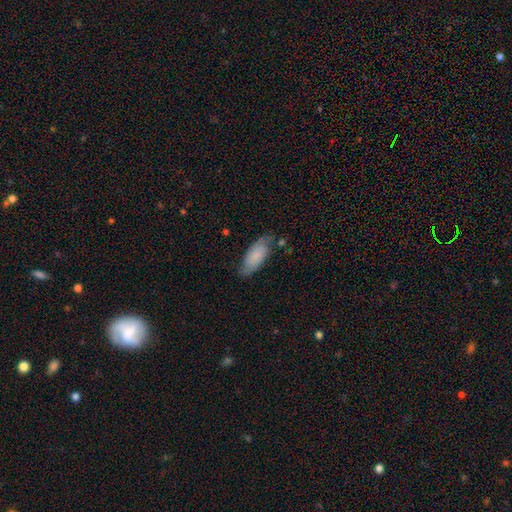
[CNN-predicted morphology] smooth 62%, featured or disk 31%, star or artifact 7%. Down the decision tree: how rounded — in between (81%); merging — none (68%).